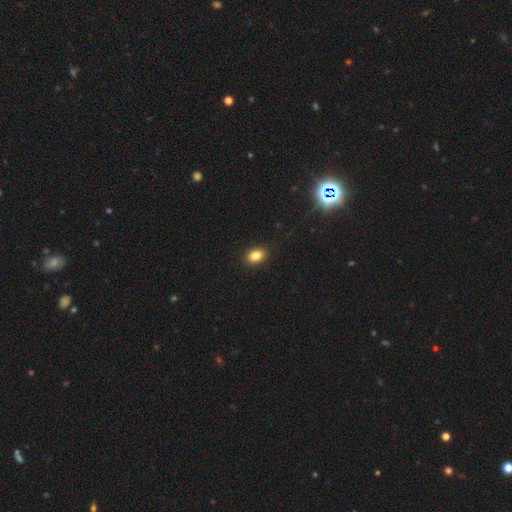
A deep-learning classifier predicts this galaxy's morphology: Overall: smooth (83%). How rounded: in between (81%). Merging: none (89%).